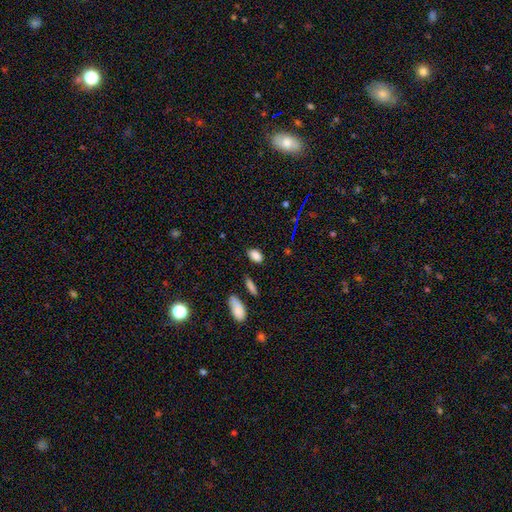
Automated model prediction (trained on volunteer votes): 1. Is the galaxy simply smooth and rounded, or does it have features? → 85% smooth, 10% star or artifact, 5% featured or disk.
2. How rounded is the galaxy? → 89% in between, 8% round, 3% cigar-shaped.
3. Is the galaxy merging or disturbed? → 83% none, 12% minor disturbance, 3% major disturbance, 2% merger.